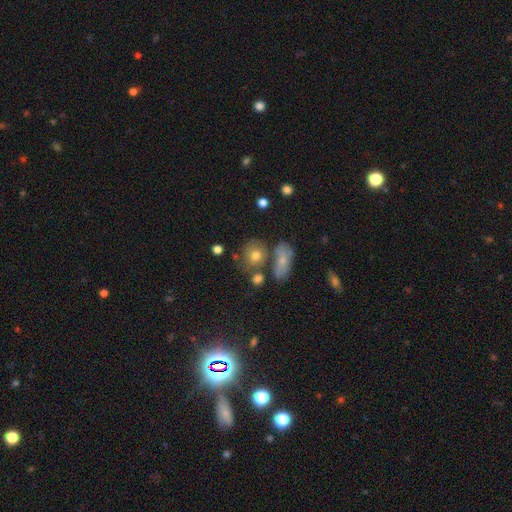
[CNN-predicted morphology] smooth_or_featured: smooth (p=0.71) [alt: featured or disk p=0.17]
how_rounded: round (p=0.67) [alt: in between p=0.31]
merging: none (p=0.53) [alt: merger p=0.25]